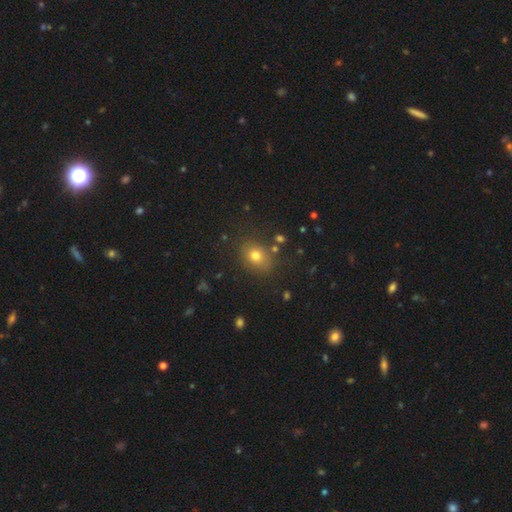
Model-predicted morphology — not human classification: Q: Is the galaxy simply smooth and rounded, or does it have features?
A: smooth — 74%.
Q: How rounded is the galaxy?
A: round — 55%.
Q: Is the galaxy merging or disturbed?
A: none — 81%.